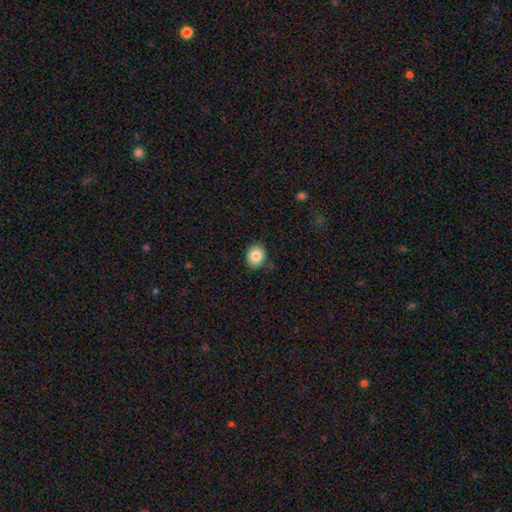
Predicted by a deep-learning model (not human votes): Smooth or featured? Predicted: smooth (p=0.84). How rounded? Predicted: round (p=0.60). Merging? Predicted: none (p=0.82).